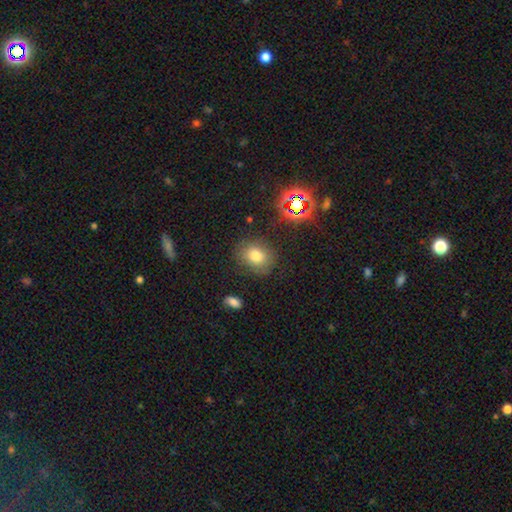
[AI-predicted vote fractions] A smooth galaxy with no disk features (76%) that is round (54%). Merging: none (80%).